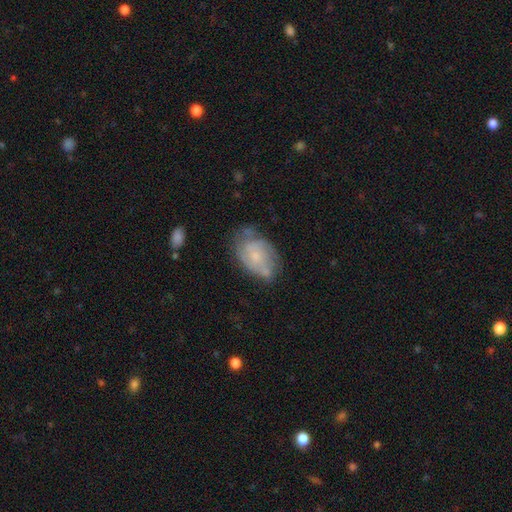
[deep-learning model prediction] Smooth or featured? Predicted: featured or disk (p=0.60). Edge-on disk? Predicted: no (p=0.96). Bar? Predicted: no (p=0.74). Spiral arms? Predicted: yes (p=0.78). Bulge size? Predicted: small (p=0.67). Merging? Predicted: none (p=0.53).